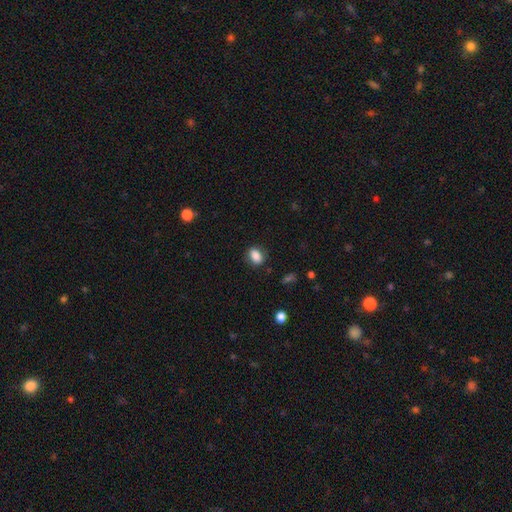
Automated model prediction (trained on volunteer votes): Smooth or featured: smooth — 86% (star or artifact — 9%)
How rounded: in between — 74% (round — 24%)
Merging: none — 84% (minor disturbance — 12%)